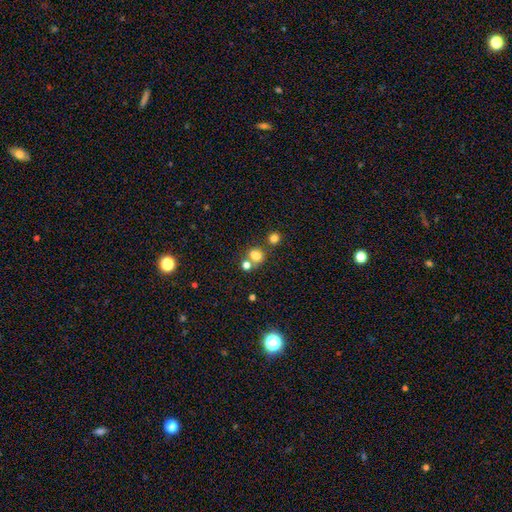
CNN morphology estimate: Overall: smooth (72%). How rounded: round (62%; in between 37%). Merging: none (49%; merger 34%).